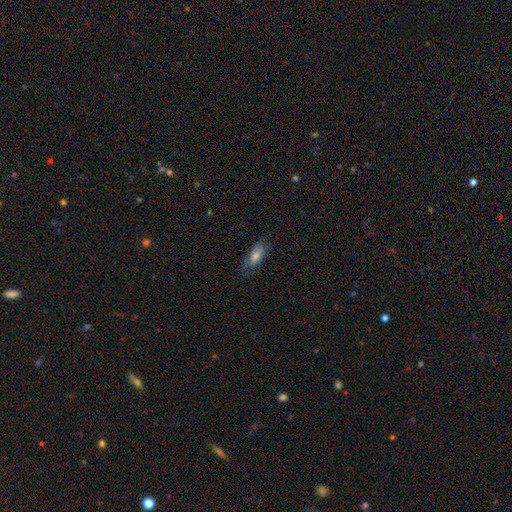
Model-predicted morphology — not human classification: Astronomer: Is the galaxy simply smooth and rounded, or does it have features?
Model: smooth — 59%.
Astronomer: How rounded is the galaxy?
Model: in between — 75%.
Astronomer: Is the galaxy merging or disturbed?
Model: none — 65%.